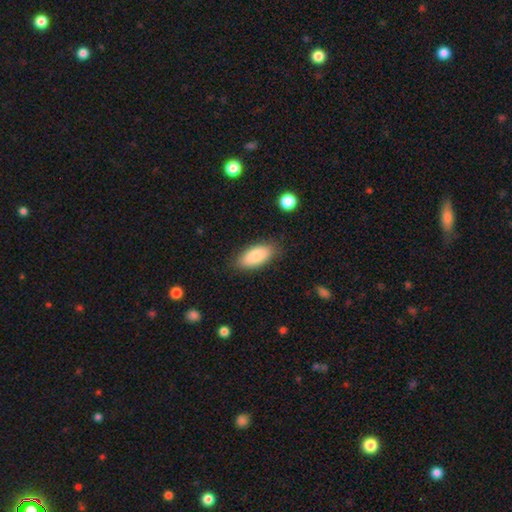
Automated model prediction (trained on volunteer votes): Overall: smooth (86%). How rounded: in between (87%). Merging: none (83%).